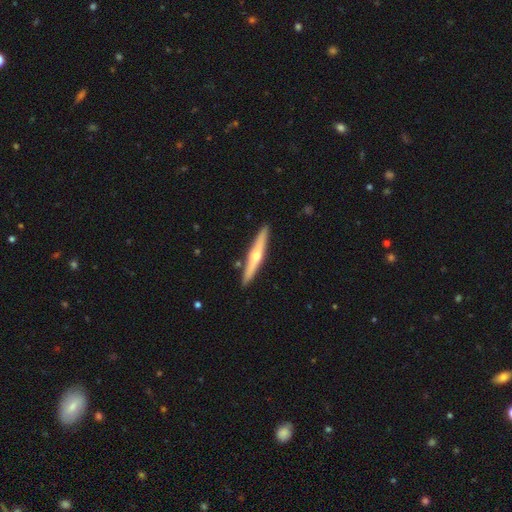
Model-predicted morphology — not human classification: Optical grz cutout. It shows a featured or disk galaxy (64%) viewed edge-on (96%) with a rounded central bulge (90%). Merging: none (90%).